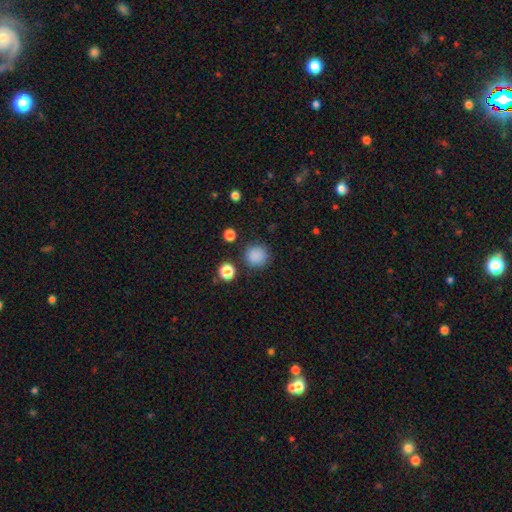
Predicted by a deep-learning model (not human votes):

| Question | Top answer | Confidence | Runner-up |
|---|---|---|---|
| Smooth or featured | smooth | 85% | star or artifact (12%) |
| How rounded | round | 91% | in between (8%) |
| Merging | none | 84% | minor disturbance (9%) |